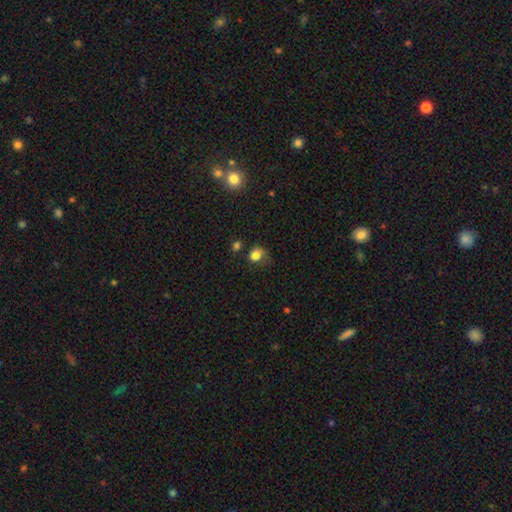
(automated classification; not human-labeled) Q: Smooth or featured?
A: smooth (79%); runner-up: star or artifact (11%)
Q: How rounded?
A: round (61%); runner-up: in between (38%)
Q: Merging?
A: none (41%); runner-up: minor disturbance (31%)